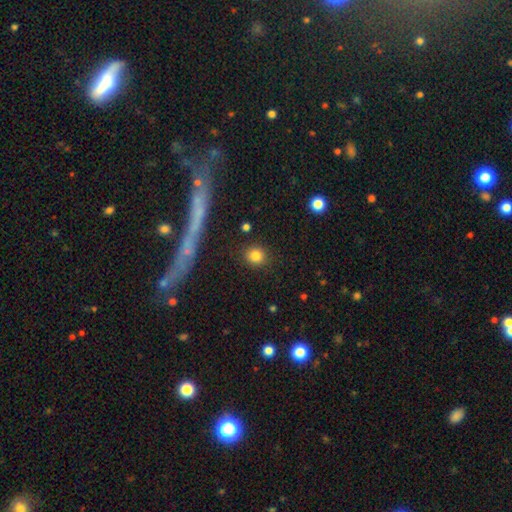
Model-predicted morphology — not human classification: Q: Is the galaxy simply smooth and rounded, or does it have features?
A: smooth — 83%.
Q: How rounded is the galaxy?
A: round — 88%.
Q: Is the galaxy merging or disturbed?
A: none — 89%.